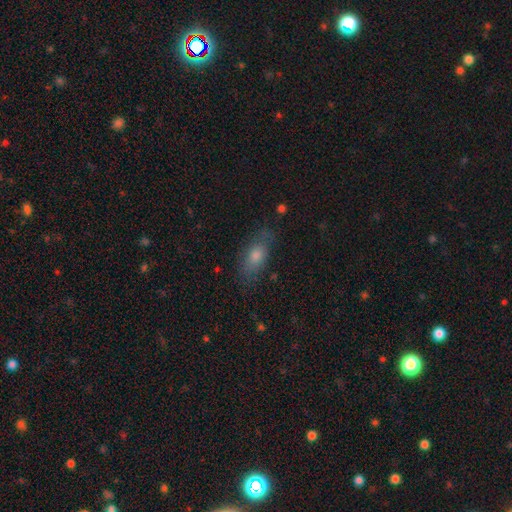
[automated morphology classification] This appears to be a smooth galaxy with no disk features (65%) that is in between round and cigar-shaped (75%). Merging: none (77%).